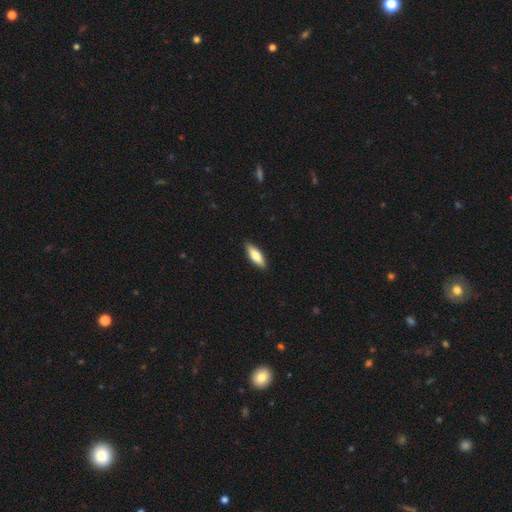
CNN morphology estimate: This appears to be a smooth galaxy with no disk features (79%) that is in between round and cigar-shaped (62%). Merging: none (89%).